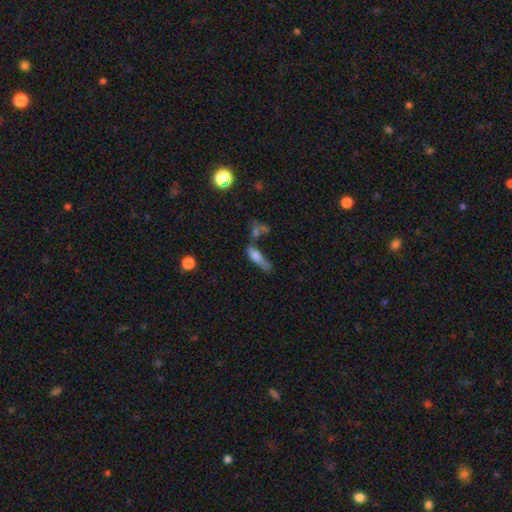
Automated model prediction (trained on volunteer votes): Morphology: type=smooth (63%); roundness=cigar-shaped (57%); merging=merger (30%, tied with none).